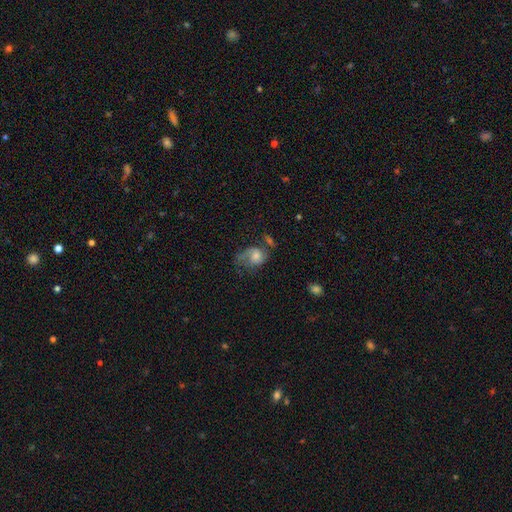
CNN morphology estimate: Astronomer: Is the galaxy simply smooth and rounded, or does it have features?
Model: featured or disk — 53% (runner-up: smooth, 34%).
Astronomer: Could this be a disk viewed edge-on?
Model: no — 97%.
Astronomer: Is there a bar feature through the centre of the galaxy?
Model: no — 74%.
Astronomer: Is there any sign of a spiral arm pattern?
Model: yes — 78%.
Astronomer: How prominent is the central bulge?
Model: moderate — 48% (runner-up: small, 24%).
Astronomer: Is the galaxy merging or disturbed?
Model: none — 35% (runner-up: major disturbance, 33%).